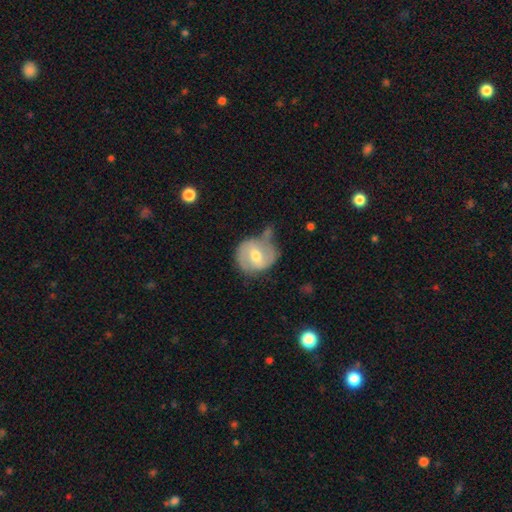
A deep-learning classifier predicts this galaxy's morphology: Smooth or featured: featured or disk — 57% (smooth — 37%)
Edge-on disk: no — 96% (yes — 4%)
Bar: weak — 53% (no — 24%)
Spiral arms: yes — 69% (no — 31%)
Bulge size: moderate — 72% (small — 20%)
Merging: none — 47% (minor disturbance — 29%)